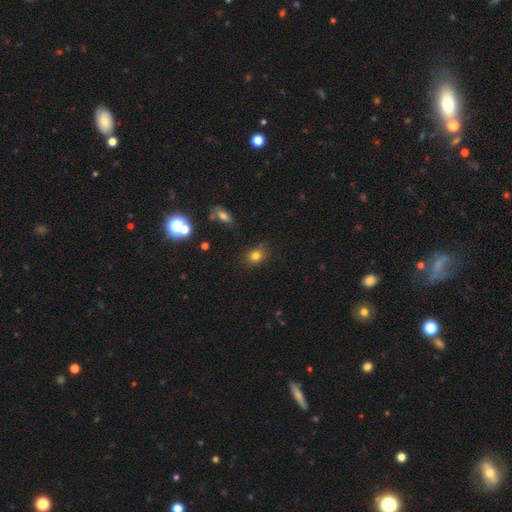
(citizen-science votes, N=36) A smooth galaxy with no disk features (94%) that is round (62%).

Vote fractions:
- Smooth or featured? smooth: 94% / star or artifact: 6% / featured or disk: 0%
- How rounded? round: 62% / in between: 38% / cigar-shaped: 0%
- Merging? none: 79% / minor disturbance: 12% / major disturbance: 9% / merger: 0%